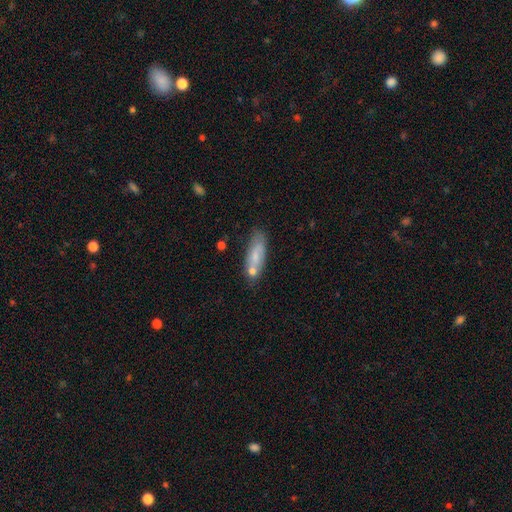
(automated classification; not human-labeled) Smooth or featured? smooth (64%)
How rounded? in between (61%)
Merging? none (56%)